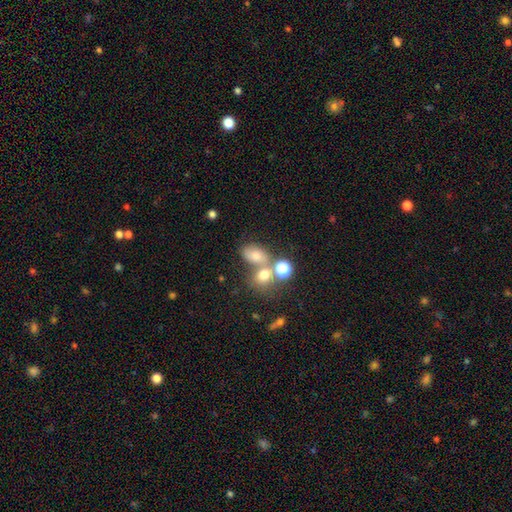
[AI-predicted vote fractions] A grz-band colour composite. It shows a smooth galaxy with no disk features (67%) that is in between round and cigar-shaped (66%). Merging: none (40%, tied with merger).